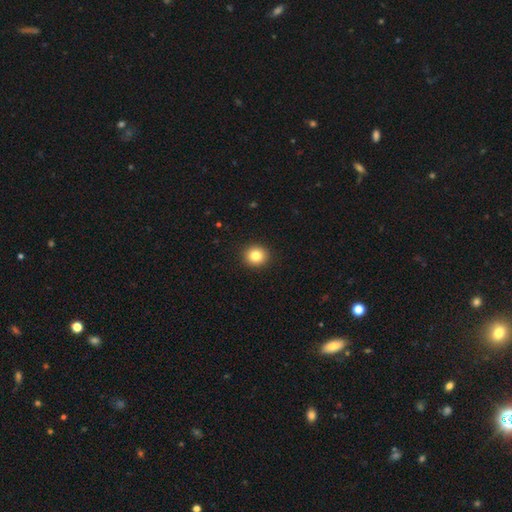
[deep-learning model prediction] Smooth or featured: smooth — 83% (star or artifact — 10%)
How rounded: round — 90% (in between — 9%)
Merging: none — 92% (minor disturbance — 5%)